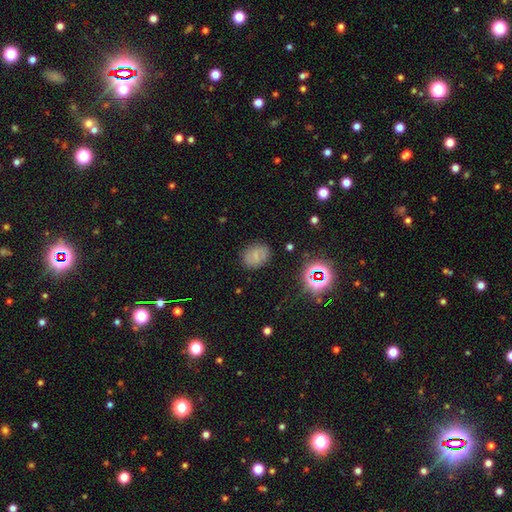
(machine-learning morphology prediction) Q: Smooth or featured?
A: smooth (63%); runner-up: featured or disk (19%)
Q: How rounded?
A: in between (58%); runner-up: round (41%)
Q: Merging?
A: none (81%); runner-up: minor disturbance (13%)